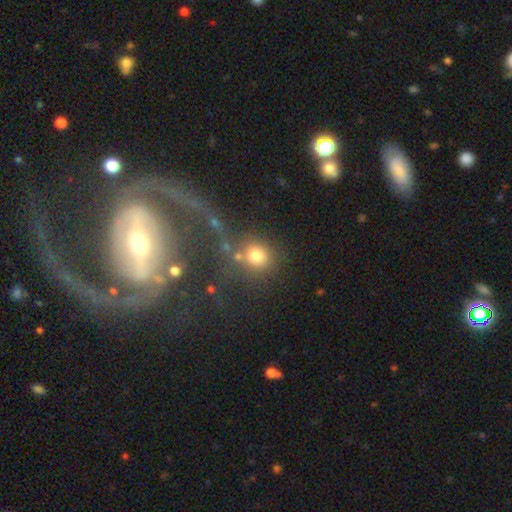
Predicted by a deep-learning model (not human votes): Overall: smooth (72%). How rounded: round (82%). Merging: none (60%).